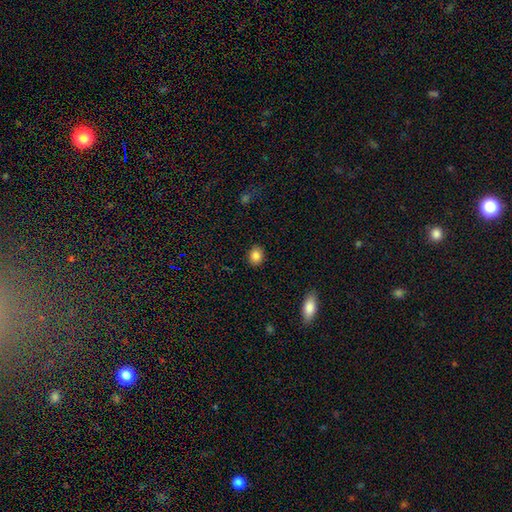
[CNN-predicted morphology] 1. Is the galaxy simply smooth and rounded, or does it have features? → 85% smooth, 10% star or artifact, 6% featured or disk.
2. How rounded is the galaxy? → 59% round, 40% in between, 1% cigar-shaped.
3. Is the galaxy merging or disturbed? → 89% none, 8% minor disturbance, 2% major disturbance, 1% merger.